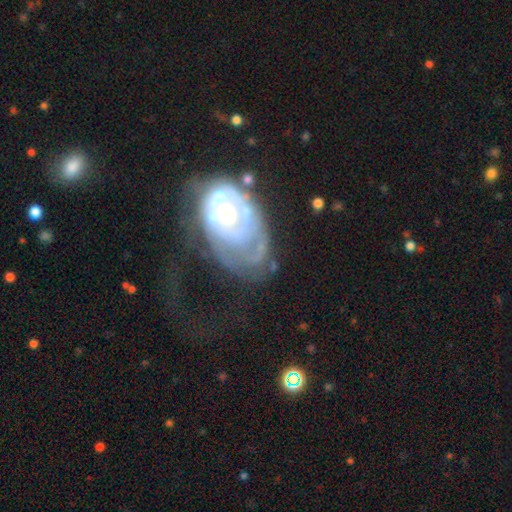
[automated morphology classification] A featured or disk galaxy (74%) with no bar (84%), spiral arms (58%) and a moderate central bulge (66%). Merging: major disturbance (40%).